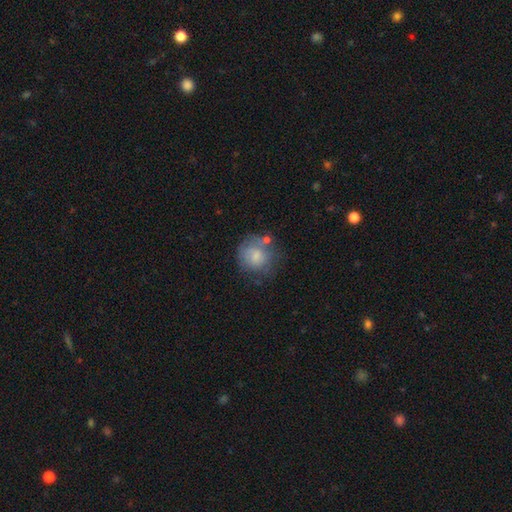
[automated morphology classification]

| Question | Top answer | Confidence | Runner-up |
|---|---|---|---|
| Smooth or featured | smooth | 72% | featured or disk (20%) |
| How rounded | round | 85% | in between (14%) |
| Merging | none | 56% | minor disturbance (23%) |